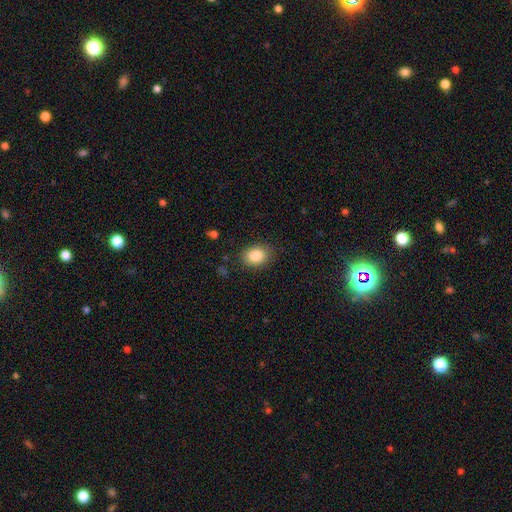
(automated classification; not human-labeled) Q: Smooth or featured?
A: smooth (85%); runner-up: star or artifact (8%)
Q: How rounded?
A: in between (66%); runner-up: round (33%)
Q: Merging?
A: none (85%); runner-up: minor disturbance (11%)